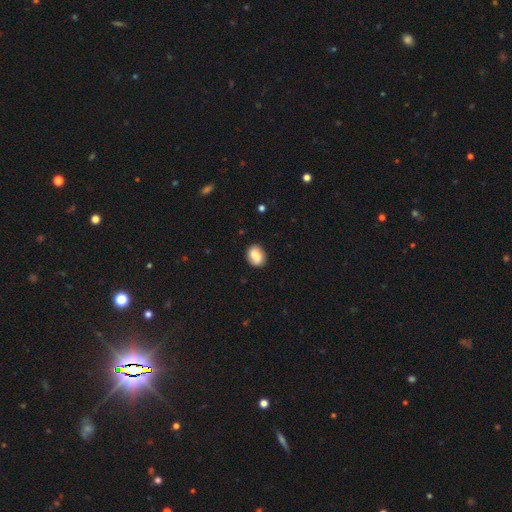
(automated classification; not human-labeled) smooth_or_featured: smooth (p=0.76) [alt: featured or disk p=0.16]
how_rounded: in between (p=0.59) [alt: round p=0.40]
merging: none (p=0.83) [alt: minor disturbance p=0.13]